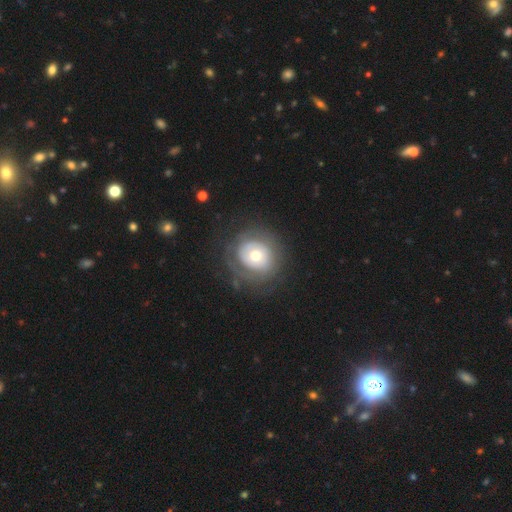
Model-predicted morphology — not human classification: Smooth or featured? Predicted: featured or disk (p=0.50). Merging? Predicted: none (p=0.71).